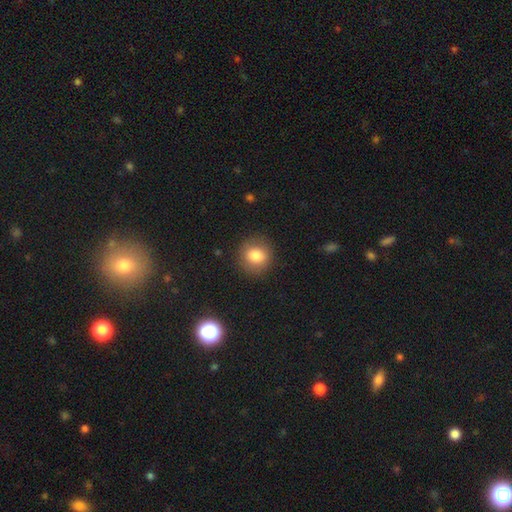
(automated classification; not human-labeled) Smooth or featured?
  - smooth: 81% *
  - star or artifact: 10%
  - featured or disk: 9%
How rounded?
  - round: 86% *
  - in between: 13%
  - cigar-shaped: 1%
Merging?
  - none: 87% *
  - minor disturbance: 9%
  - major disturbance: 3%
  - merger: 1%